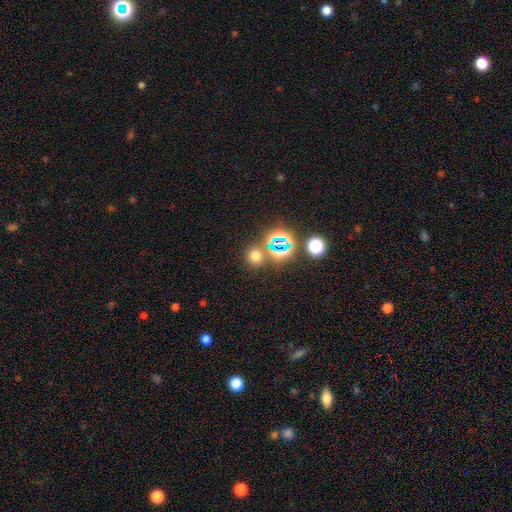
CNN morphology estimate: This appears to be a smooth galaxy with no disk features (59%) that is round (86%). Merging: none (75%).